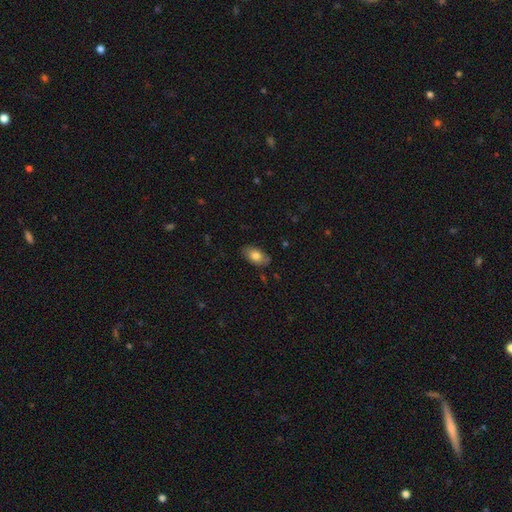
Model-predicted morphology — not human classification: This appears to be a smooth galaxy with no disk features (79%) that is in between round and cigar-shaped (92%). Merging: none (82%).